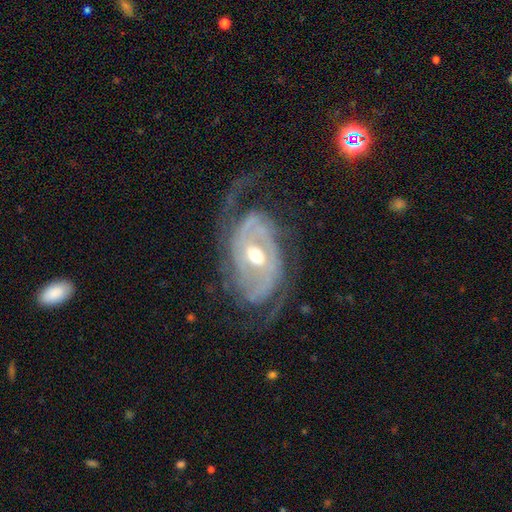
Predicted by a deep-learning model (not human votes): smooth-or-featured: featured or disk: 89% | smooth: 6% | star or artifact: 5%
  disk-edge-on: no: 95% | yes: 5%
    bar: no: 43% | weak: 38% | strong: 19%
    has-spiral-arms: yes: 94% | no: 6%
      spiral-winding: tight: 43% | medium: 37% | loose: 20%
      spiral-arm-count: 2: 54% | can't tell: 18% | 3: 13% | 1: 6% | 4: 5% | more than 4: 4%
    bulge-size: moderate: 73% | small: 19% | large: 6% | dominant: 1% | none: 1%
  merging: none: 64% | minor disturbance: 17% | major disturbance: 17% | merger: 2%